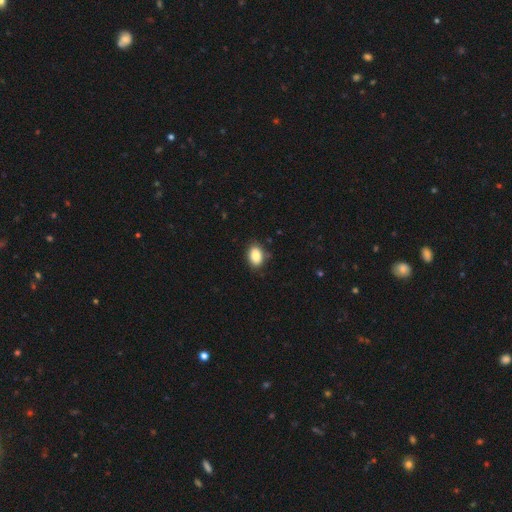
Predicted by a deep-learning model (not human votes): Smooth or featured? smooth (87%)
How rounded? in between (84%)
Merging? none (83%)